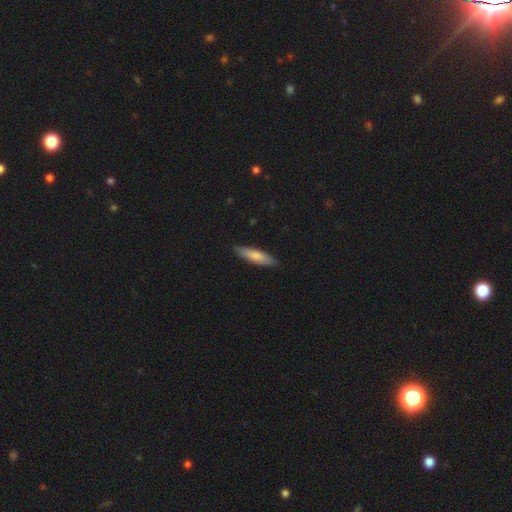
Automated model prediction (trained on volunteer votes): This appears to be a smooth galaxy with no disk features (76%) that is cigar-shaped (69%). Merging: none (86%).